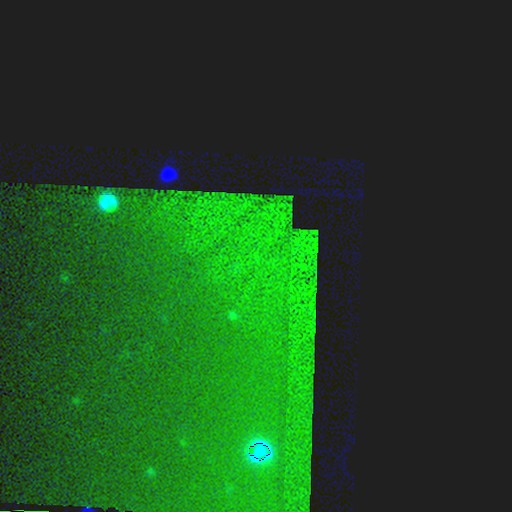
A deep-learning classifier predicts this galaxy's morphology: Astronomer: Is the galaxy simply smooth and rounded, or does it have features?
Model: star or artifact — 86%.